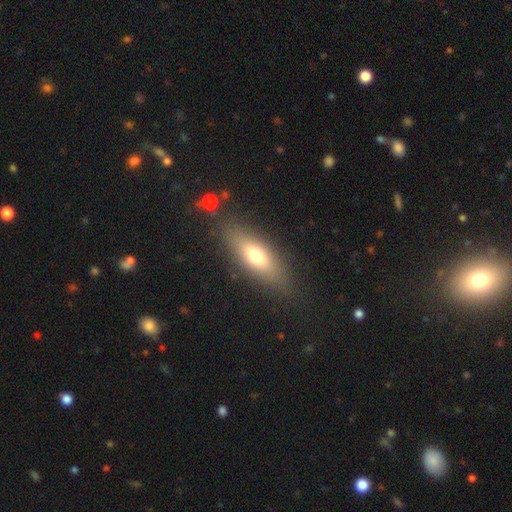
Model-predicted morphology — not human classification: Smooth or featured? Predicted: smooth (p=0.64). How rounded? Predicted: in between (p=0.60). Merging? Predicted: none (p=0.82).